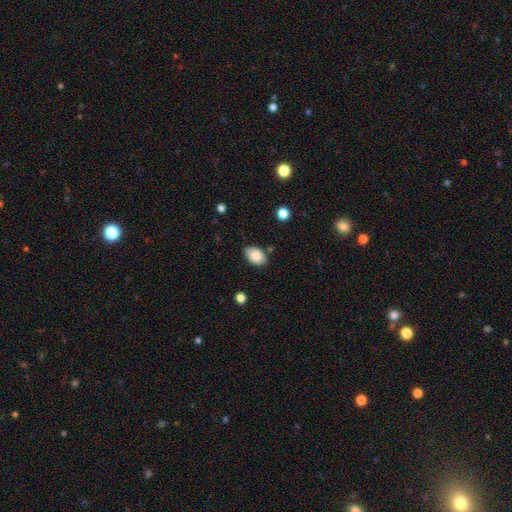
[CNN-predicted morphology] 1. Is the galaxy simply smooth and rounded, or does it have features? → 87% smooth, 7% star or artifact, 6% featured or disk.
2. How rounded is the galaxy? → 89% in between, 9% round, 1% cigar-shaped.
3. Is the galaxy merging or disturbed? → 80% none, 15% minor disturbance, 3% major disturbance, 2% merger.